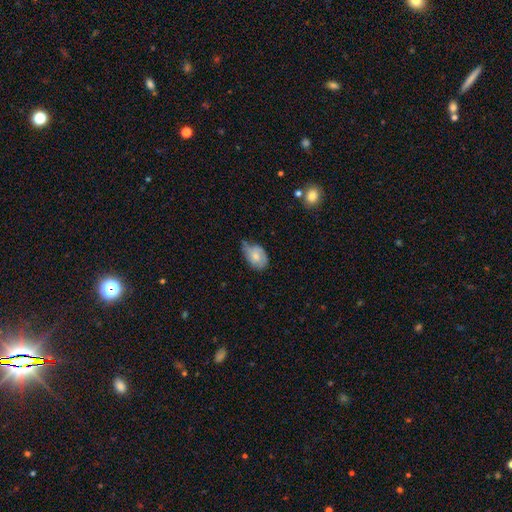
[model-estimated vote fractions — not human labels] smooth_or_featured: smooth (p=0.58) [alt: featured or disk p=0.35]
how_rounded: in between (p=0.82) [alt: round p=0.17]
merging: minor disturbance (p=0.46) [alt: none p=0.35]